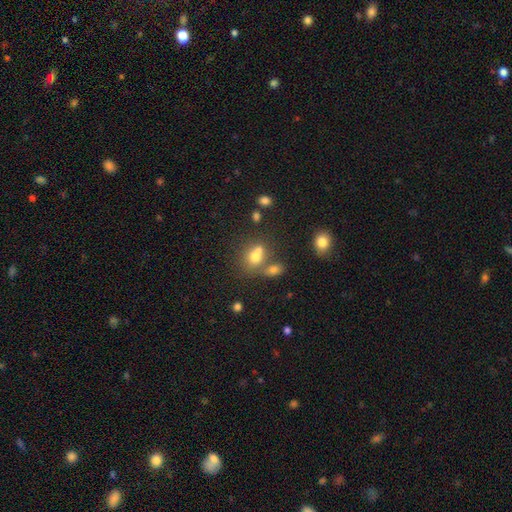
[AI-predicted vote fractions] This is likely a smooth galaxy (71%). How rounded: possibly round (53%). Merging: possibly merger (48%).